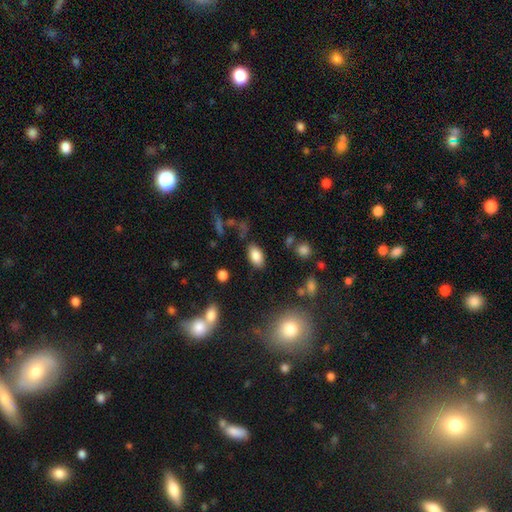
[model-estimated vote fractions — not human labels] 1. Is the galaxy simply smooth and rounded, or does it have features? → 83% smooth, 9% star or artifact, 8% featured or disk.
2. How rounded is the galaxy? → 93% in between, 5% round, 2% cigar-shaped.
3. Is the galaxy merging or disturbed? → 82% none, 12% minor disturbance, 4% major disturbance, 3% merger.